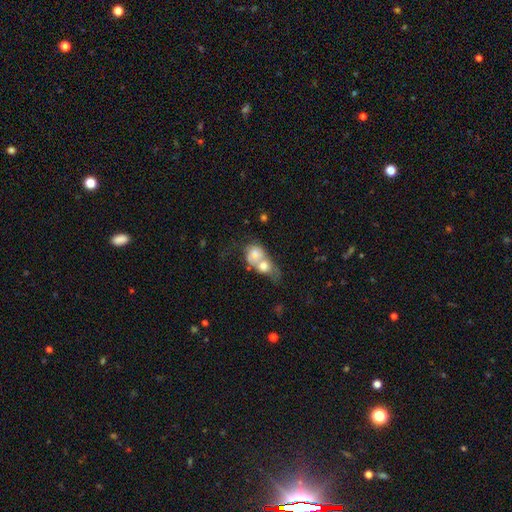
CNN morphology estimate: Smooth or featured? Predicted: smooth (p=0.63). How rounded? Predicted: round (p=0.52). Merging? Predicted: merger (p=0.77).